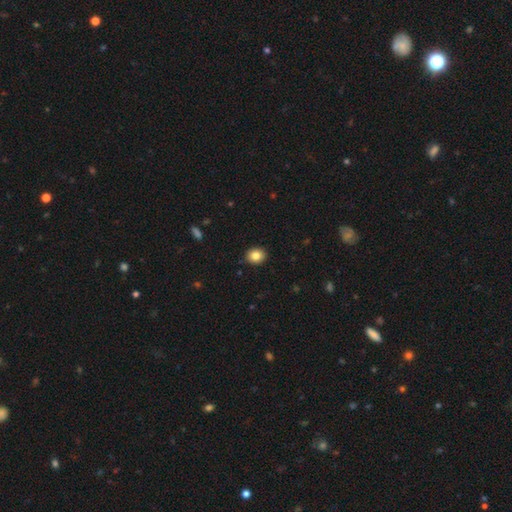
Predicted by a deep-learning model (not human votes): Morphology: type=smooth (84%); roundness=round (60%); merging=none (90%).